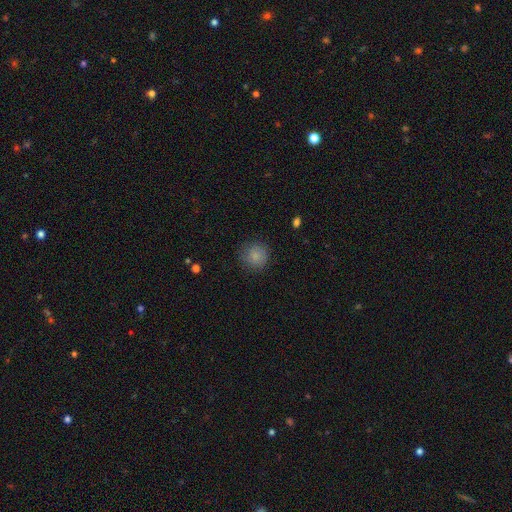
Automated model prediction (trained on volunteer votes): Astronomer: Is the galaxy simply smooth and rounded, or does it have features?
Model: smooth — 84%.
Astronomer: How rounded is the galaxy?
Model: round — 93%.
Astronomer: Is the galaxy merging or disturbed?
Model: none — 83%.